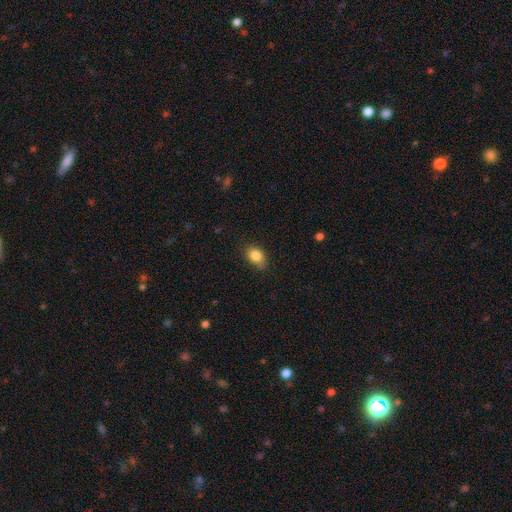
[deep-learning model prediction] Morphology: type=smooth (84%); roundness=in between (80%); merging=none (73%).